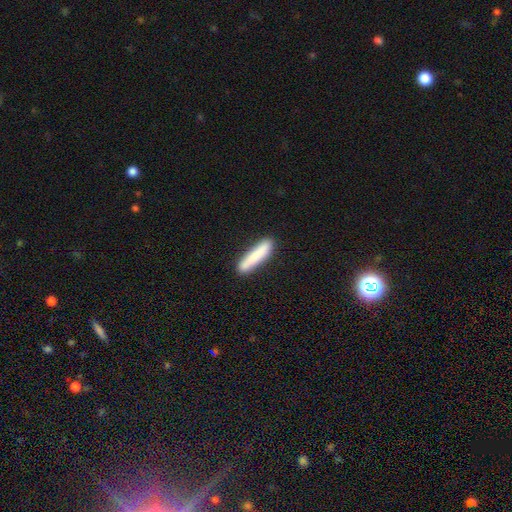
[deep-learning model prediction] This appears to be a smooth galaxy with no disk features (82%) that is cigar-shaped (89%). Merging: none (87%).